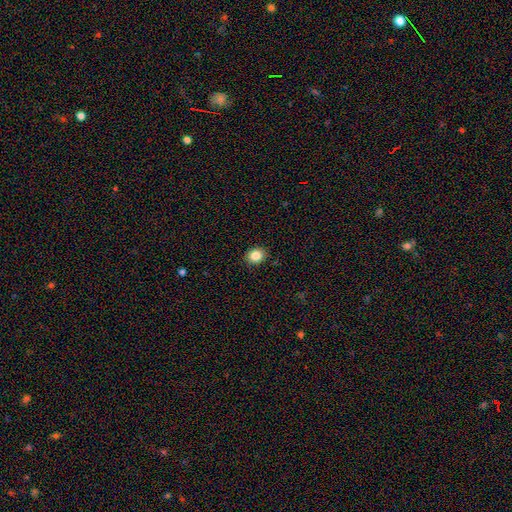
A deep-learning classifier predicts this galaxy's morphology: A smooth galaxy with no disk features (85%) that is round (62%).

Vote fractions:
- Smooth or featured? smooth: 85% / star or artifact: 10% / featured or disk: 5%
- How rounded? round: 62% / in between: 37% / cigar-shaped: 1%
- Merging? none: 90% / minor disturbance: 7% / major disturbance: 2% / merger: 1%